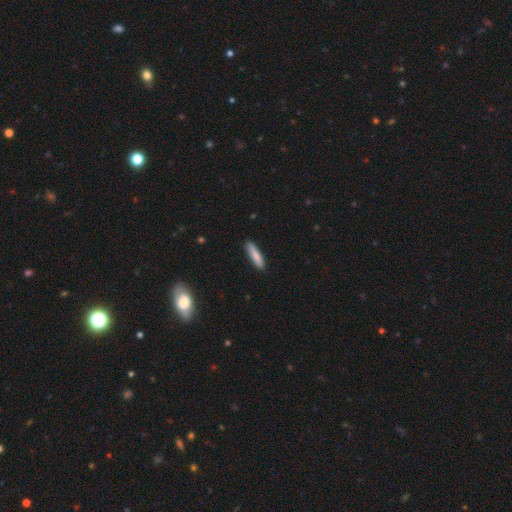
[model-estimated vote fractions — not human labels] Smooth or featured? Predicted: smooth (p=0.81). How rounded? Predicted: cigar-shaped (p=0.81). Merging? Predicted: none (p=0.89).